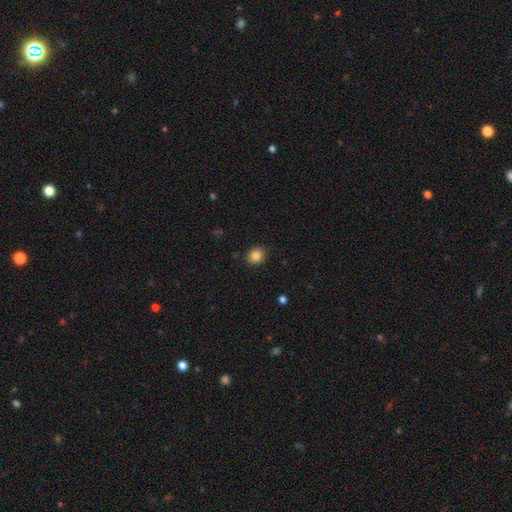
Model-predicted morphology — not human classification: Smooth or featured?
  - smooth: 85% *
  - star or artifact: 10%
  - featured or disk: 5%
How rounded?
  - round: 75% *
  - in between: 24%
  - cigar-shaped: 1%
Merging?
  - none: 90% *
  - minor disturbance: 7%
  - major disturbance: 2%
  - merger: 1%